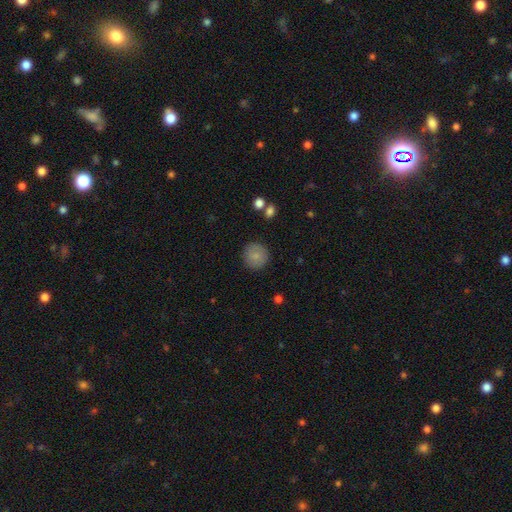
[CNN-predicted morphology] Q: Smooth or featured?
A: smooth (83%); runner-up: featured or disk (9%)
Q: How rounded?
A: round (93%); runner-up: in between (6%)
Q: Merging?
A: none (88%); runner-up: minor disturbance (8%)